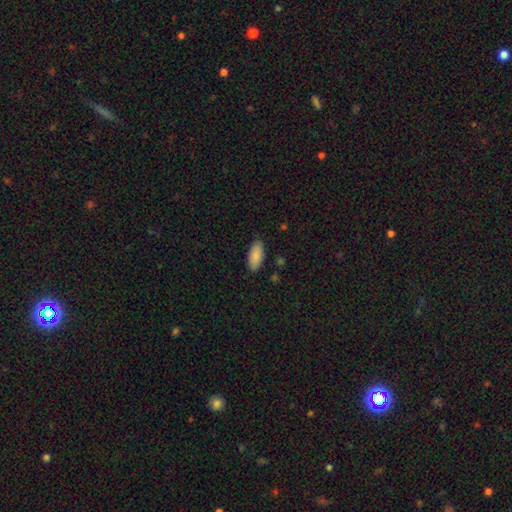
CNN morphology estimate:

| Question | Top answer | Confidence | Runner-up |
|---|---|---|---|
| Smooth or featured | smooth | 89% | star or artifact (6%) |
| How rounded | in between | 90% | cigar-shaped (9%) |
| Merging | none | 85% | minor disturbance (12%) |